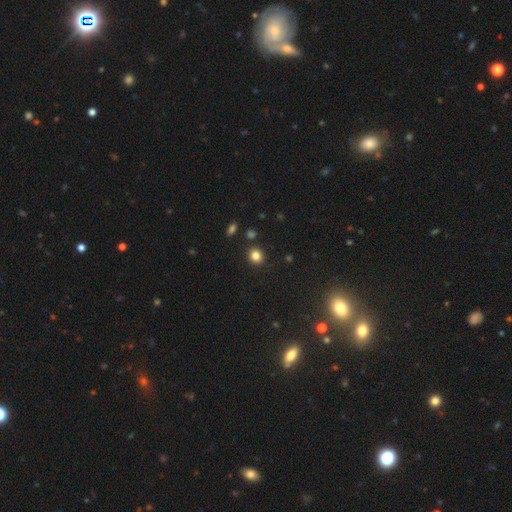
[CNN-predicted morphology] A smooth galaxy with no disk features (83%) that is round (81%).

Vote fractions:
- Smooth or featured? smooth: 83% / star or artifact: 12% / featured or disk: 5%
- How rounded? round: 81% / in between: 18% / cigar-shaped: 1%
- Merging? none: 88% / minor disturbance: 7% / merger: 3% / major disturbance: 2%